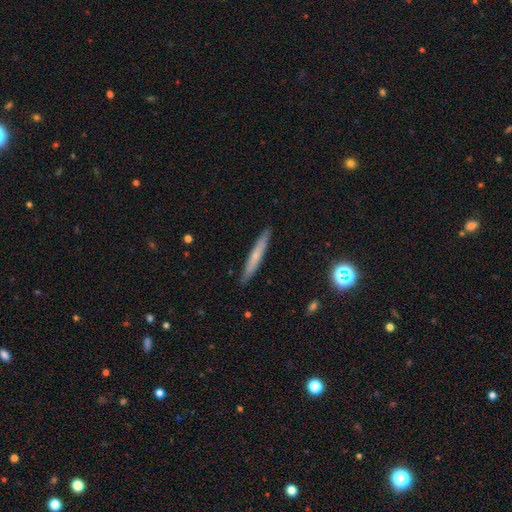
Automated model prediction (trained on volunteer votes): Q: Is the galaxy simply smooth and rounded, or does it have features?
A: smooth — 59%.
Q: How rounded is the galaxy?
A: cigar-shaped — 96%.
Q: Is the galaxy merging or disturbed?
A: none — 91%.